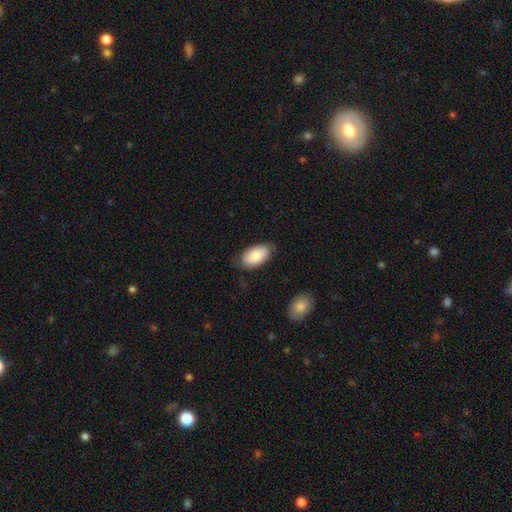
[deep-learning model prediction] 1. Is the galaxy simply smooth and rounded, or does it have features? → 86% smooth, 9% featured or disk, 6% star or artifact.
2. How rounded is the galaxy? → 95% in between, 3% round, 2% cigar-shaped.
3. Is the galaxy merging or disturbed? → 79% none, 16% minor disturbance, 3% major disturbance, 2% merger.